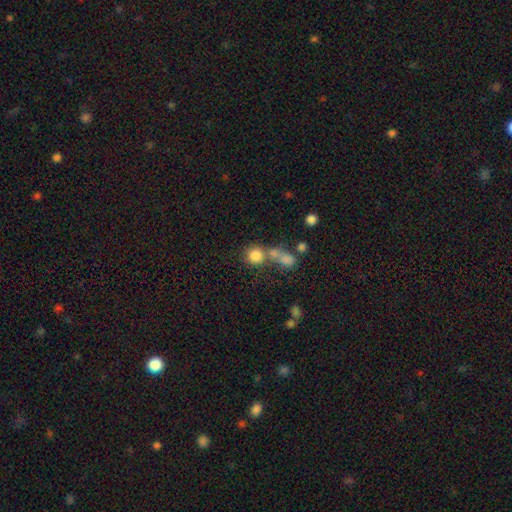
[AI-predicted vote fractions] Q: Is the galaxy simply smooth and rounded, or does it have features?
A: smooth — 79%.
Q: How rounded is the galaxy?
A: round — 86%.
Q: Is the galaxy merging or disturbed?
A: none — 44%.